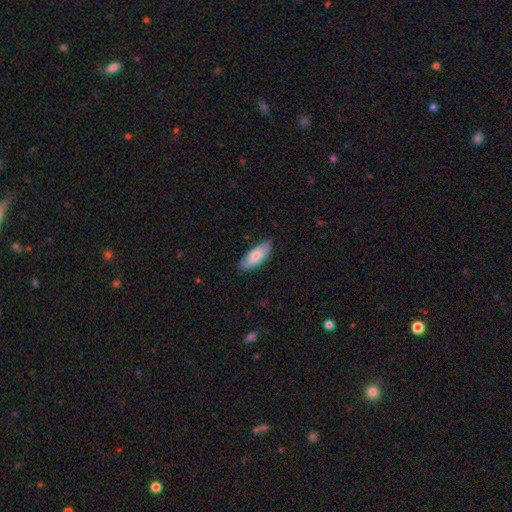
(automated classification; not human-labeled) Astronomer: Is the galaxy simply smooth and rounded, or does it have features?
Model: smooth — 81%.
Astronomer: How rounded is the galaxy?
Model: in between — 76%.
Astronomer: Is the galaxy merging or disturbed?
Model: none — 85%.